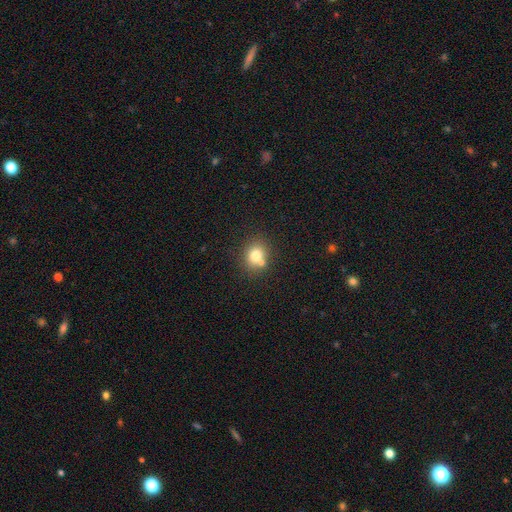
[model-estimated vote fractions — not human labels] Smooth or featured? Predicted: smooth (p=0.75). How rounded? Predicted: round (p=0.72). Merging? Predicted: none (p=0.61).